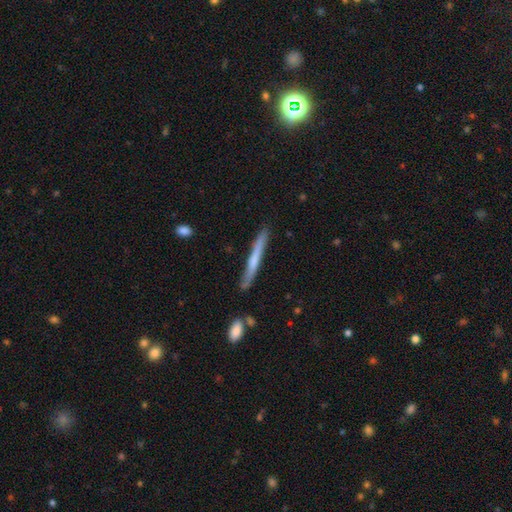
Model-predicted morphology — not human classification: Smooth or featured?
  - featured or disk: 56% *
  - smooth: 31%
  - star or artifact: 13%
Edge-on disk?
  - yes: 94% *
  - no: 6%
Edge-on bulge?
  - rounded: 53% *
  - none: 39%
  - boxy: 8%
Merging?
  - none: 85% *
  - minor disturbance: 10%
  - merger: 3%
  - major disturbance: 2%